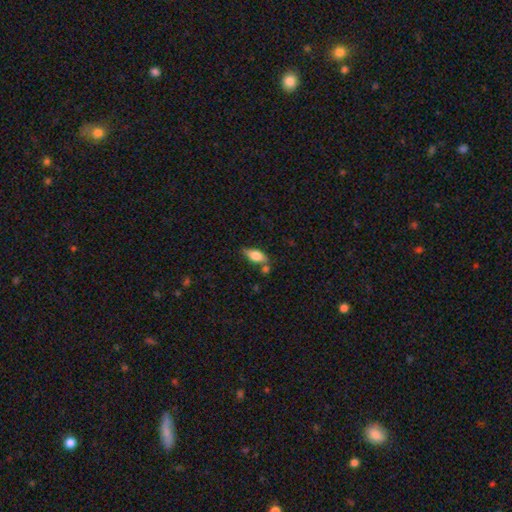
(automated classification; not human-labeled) Q: Smooth or featured?
A: smooth (71%); runner-up: featured or disk (22%)
Q: How rounded?
A: in between (82%); runner-up: cigar-shaped (14%)
Q: Merging?
A: none (65%); runner-up: minor disturbance (18%)